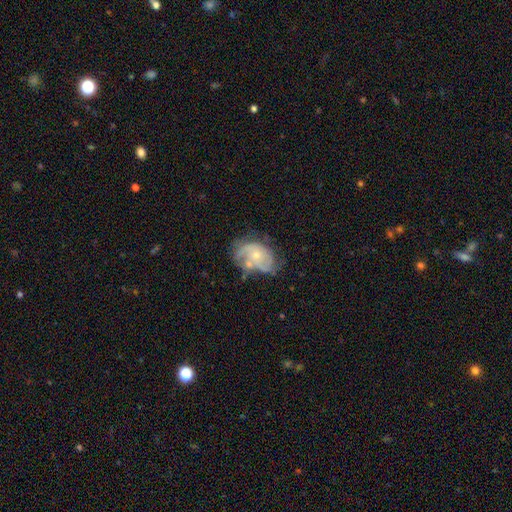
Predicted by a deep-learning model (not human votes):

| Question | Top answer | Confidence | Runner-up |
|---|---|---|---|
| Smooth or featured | featured or disk | 68% | smooth (25%) |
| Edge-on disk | no | 97% | yes (3%) |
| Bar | no | 80% | weak (18%) |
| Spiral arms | yes | 71% | no (29%) |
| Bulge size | small | 60% | moderate (35%) |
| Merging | none | 37% | minor disturbance (28%) |